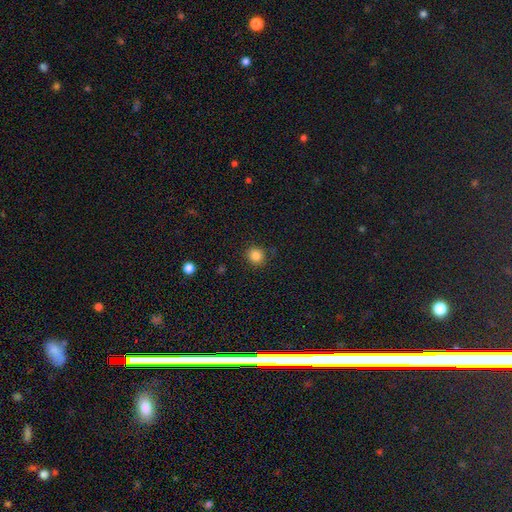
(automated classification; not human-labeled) A smooth galaxy with no disk features (84%) that is round (90%). Merging: none (88%).